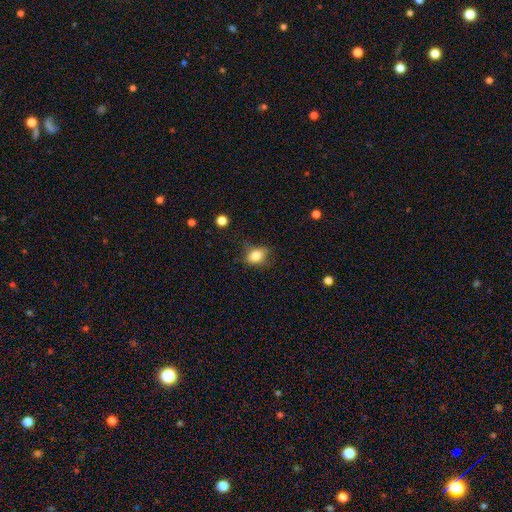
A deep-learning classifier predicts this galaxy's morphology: The model was most divided on "merging": none: 58%, minor disturbance: 28%, major disturbance: 12%, merger: 2%. More confident: smooth or featured — smooth (80%); how rounded — in between (71%).